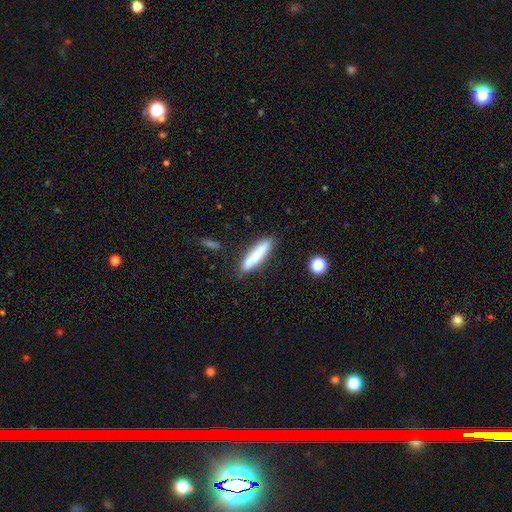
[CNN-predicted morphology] Smooth or featured? Predicted: smooth (p=0.76). How rounded? Predicted: cigar-shaped (p=0.84). Merging? Predicted: none (p=0.82).